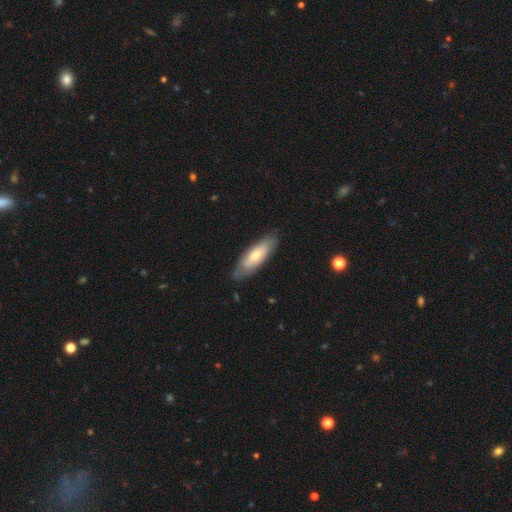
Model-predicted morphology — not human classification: A smooth galaxy with no disk features (62%) that is in between round and cigar-shaped (56%). Merging: none (80%).